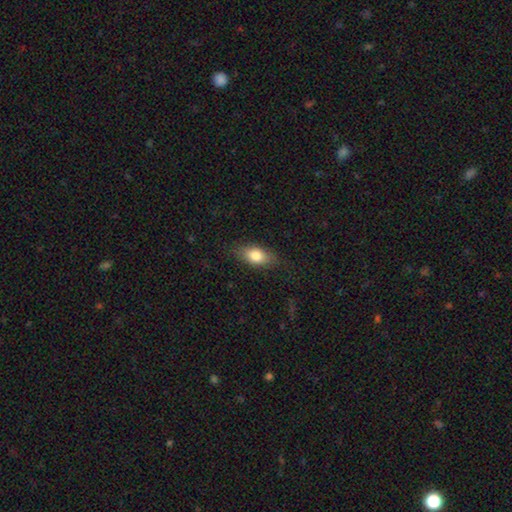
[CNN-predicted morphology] Smooth or featured: smooth — 79% (featured or disk — 14%)
How rounded: in between — 85% (cigar-shaped — 8%)
Merging: none — 82% (minor disturbance — 14%)